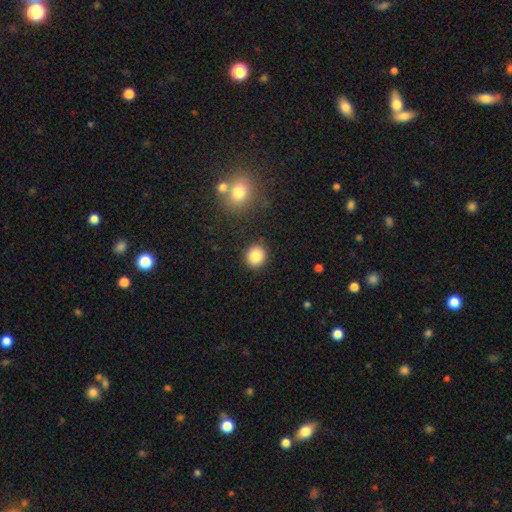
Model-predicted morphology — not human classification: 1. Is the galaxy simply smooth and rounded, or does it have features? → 86% smooth, 9% star or artifact, 5% featured or disk.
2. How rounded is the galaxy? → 85% round, 14% in between, 1% cigar-shaped.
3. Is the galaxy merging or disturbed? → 88% none, 7% minor disturbance, 2% major disturbance, 2% merger.